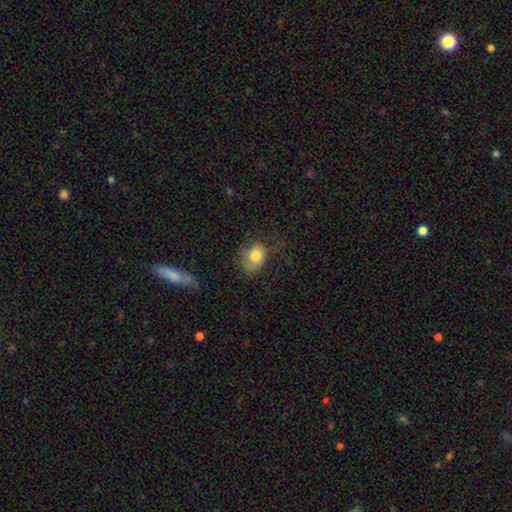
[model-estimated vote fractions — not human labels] Smooth or featured?
  - smooth: 76% *
  - featured or disk: 16%
  - star or artifact: 8%
How rounded?
  - in between: 59% *
  - round: 40%
  - cigar-shaped: 1%
Merging?
  - none: 55% *
  - minor disturbance: 28%
  - major disturbance: 16%
  - merger: 2%